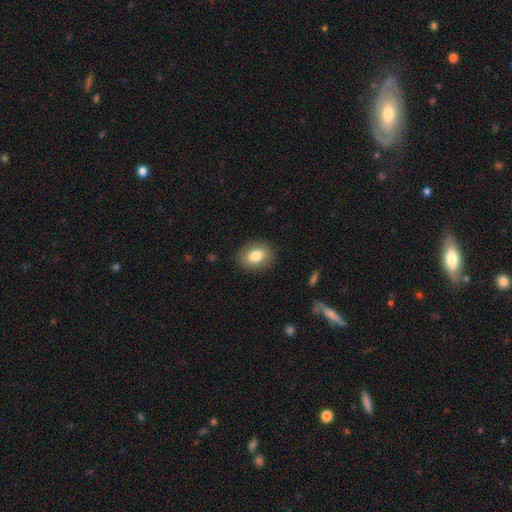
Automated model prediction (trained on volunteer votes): smooth-or-featured: smooth: 81% | featured or disk: 11% | star or artifact: 8%
  how-rounded: in between: 64% | round: 35% | cigar-shaped: 1%
  merging: none: 87% | minor disturbance: 9% | major disturbance: 3% | merger: 1%